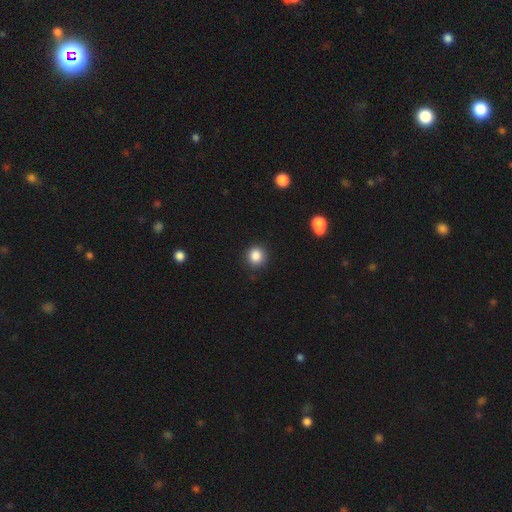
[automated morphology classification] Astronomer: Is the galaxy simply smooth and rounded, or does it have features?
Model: smooth — 86%.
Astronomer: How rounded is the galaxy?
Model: round — 90%.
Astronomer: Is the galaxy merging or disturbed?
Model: none — 88%.